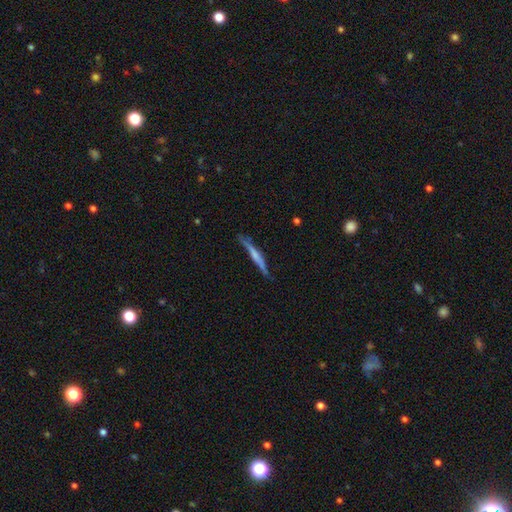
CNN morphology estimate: Smooth or featured: featured or disk — 52% (smooth — 42%)
Edge-on disk: yes — 94% (no — 6%)
Merging: none — 70% (minor disturbance — 21%)